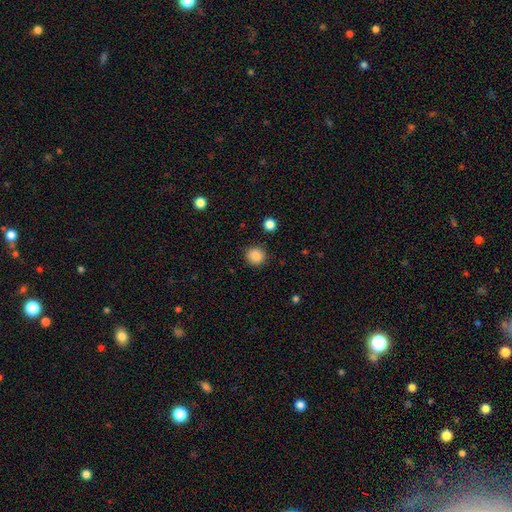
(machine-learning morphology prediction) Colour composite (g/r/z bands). It shows a smooth galaxy with no disk features (87%) that is round (92%). Merging: none (89%).